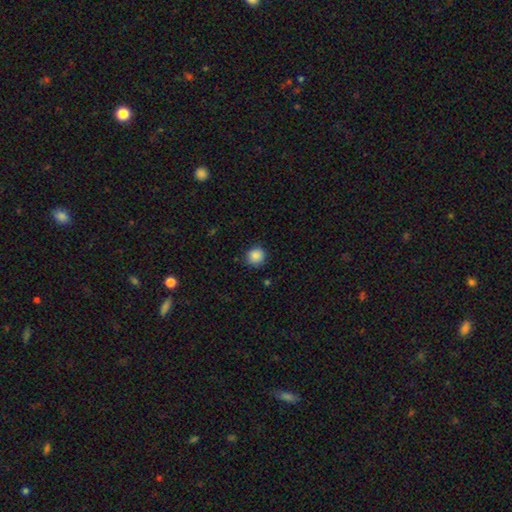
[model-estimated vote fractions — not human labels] Morphology: type=smooth (87%); roundness=round (92%); merging=none (88%).